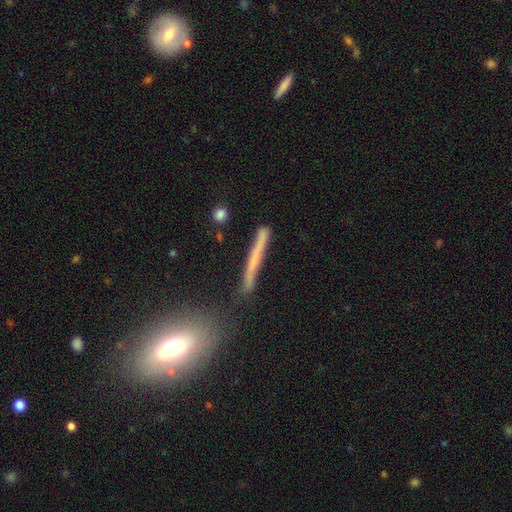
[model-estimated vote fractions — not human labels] smooth 48%, featured or disk 43%, star or artifact 10%. Down the decision tree: merging — none (77%).